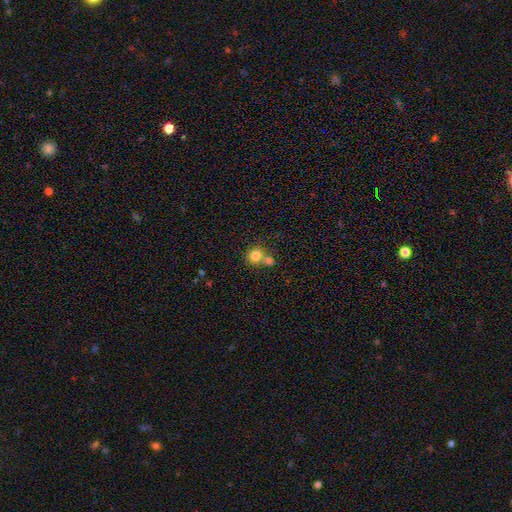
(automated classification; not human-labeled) Smooth or featured? Predicted: smooth (p=0.81). How rounded? Predicted: round (p=0.81). Merging? Predicted: none (p=0.49).